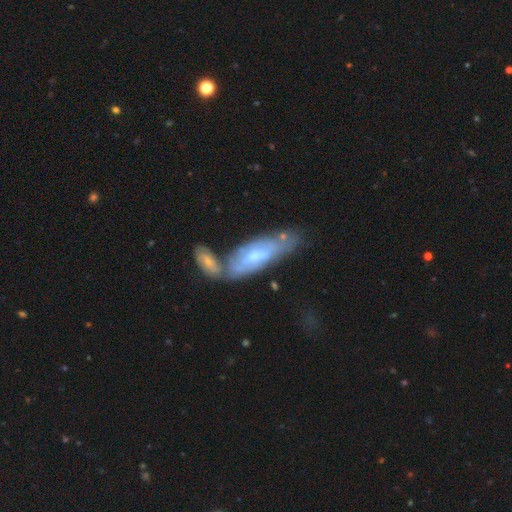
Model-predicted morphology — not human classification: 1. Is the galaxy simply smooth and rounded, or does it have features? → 62% featured or disk, 31% smooth, 7% star or artifact.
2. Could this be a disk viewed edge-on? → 71% no, 29% yes.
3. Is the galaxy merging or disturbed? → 38% none, 37% merger, 17% minor disturbance, 7% major disturbance.